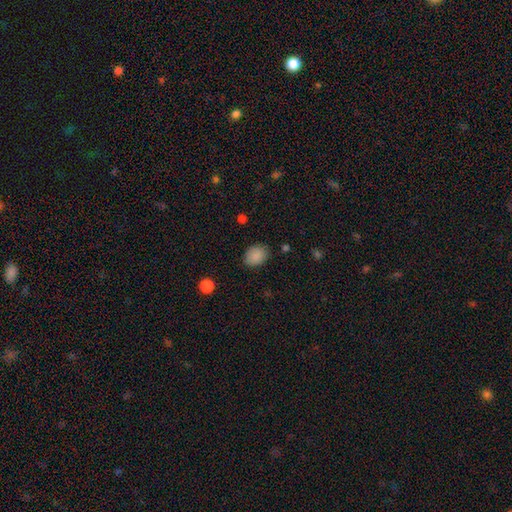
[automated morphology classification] type=smooth (88%); roundness=in between (67%); merging=none (84%).